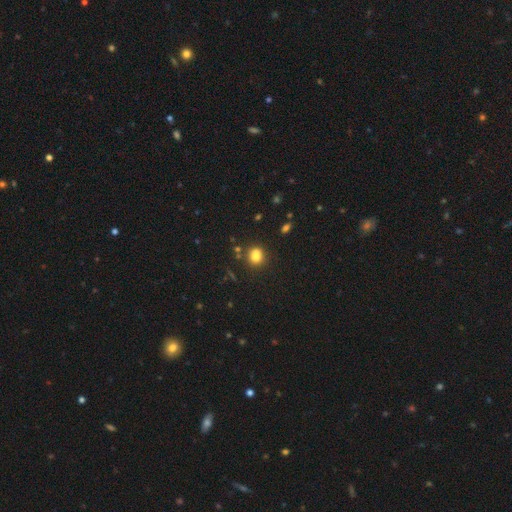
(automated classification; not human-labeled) smooth 75%, star or artifact 15%, featured or disk 10%. Down the decision tree: how rounded — round (74%); merging — none (58%).